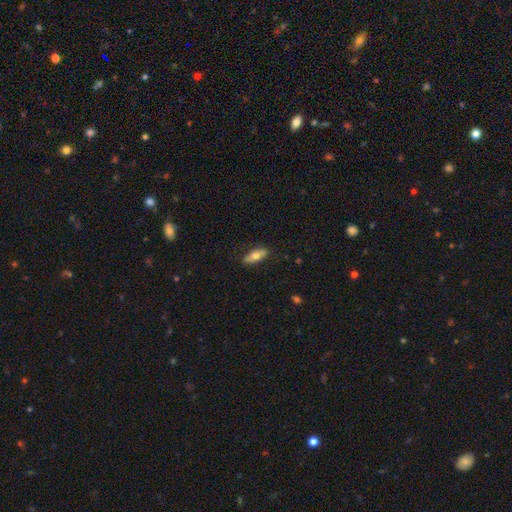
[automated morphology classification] This is likely a smooth galaxy (65%). How rounded: likely in between (70%). Merging: clearly none (85%).